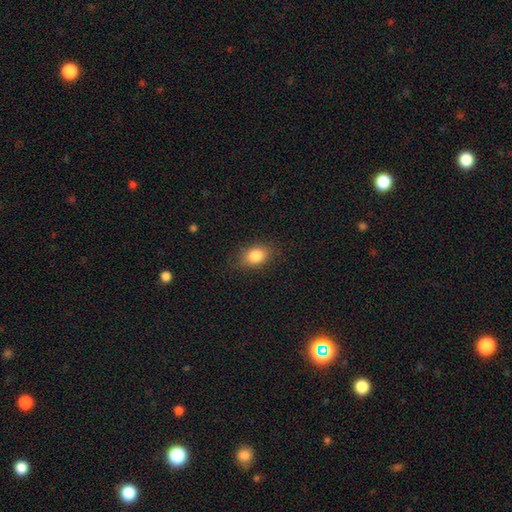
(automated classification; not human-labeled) Smooth or featured? smooth (84%)
How rounded? in between (75%)
Merging? none (81%)